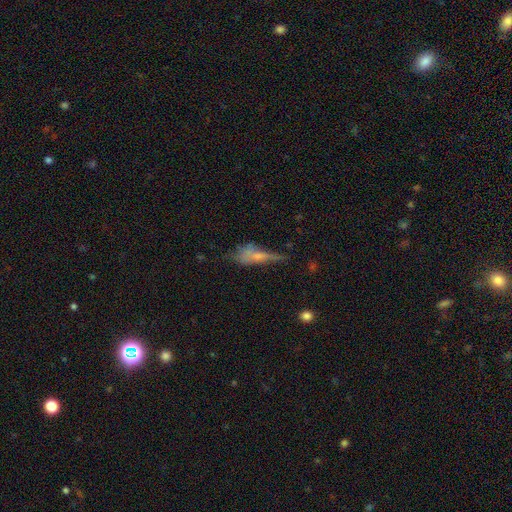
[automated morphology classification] Overall: smooth (46%; featured or disk 40%). Merging: major disturbance (33%; none 30%).